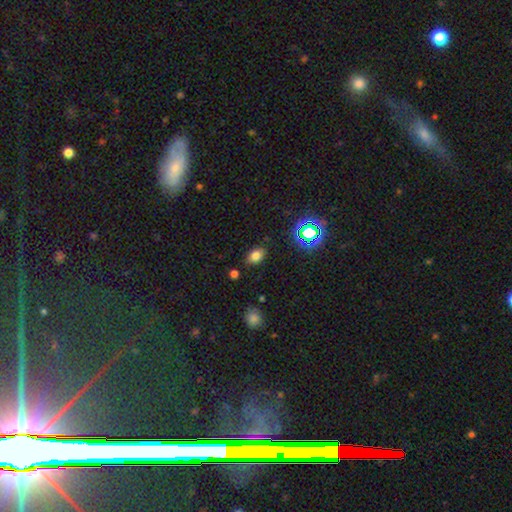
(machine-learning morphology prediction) The model was most divided on "smooth or featured": smooth: 74%, star or artifact: 17%, featured or disk: 8%. More confident: merging — none (84%); how rounded — in between (80%).